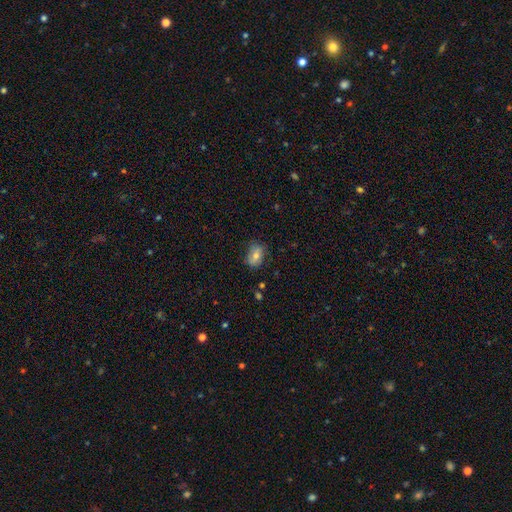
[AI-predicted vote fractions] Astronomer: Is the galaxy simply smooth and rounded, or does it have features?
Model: smooth — 71%.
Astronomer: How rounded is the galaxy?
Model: in between — 77%.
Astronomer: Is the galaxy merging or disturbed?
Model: none — 74%.